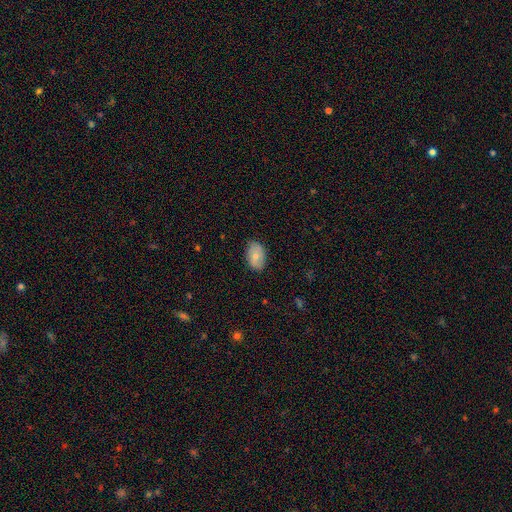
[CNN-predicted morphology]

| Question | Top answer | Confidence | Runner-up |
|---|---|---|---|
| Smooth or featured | smooth | 69% | featured or disk (24%) |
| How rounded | in between | 89% | round (10%) |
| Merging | none | 82% | minor disturbance (15%) |